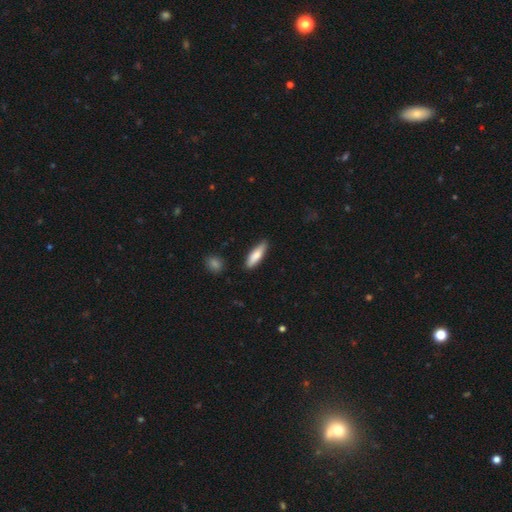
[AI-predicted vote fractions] A smooth galaxy with no disk features (80%) that is cigar-shaped (61%).

Vote fractions:
- Smooth or featured? smooth: 80% / featured or disk: 14% / star or artifact: 6%
- How rounded? cigar-shaped: 61% / in between: 37% / round: 2%
- Merging? none: 84% / minor disturbance: 12% / major disturbance: 2% / merger: 2%